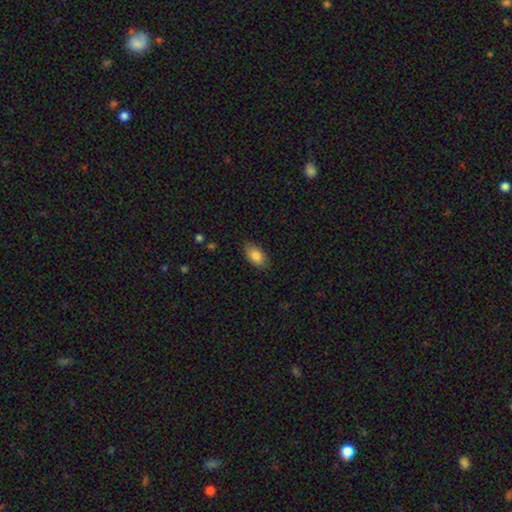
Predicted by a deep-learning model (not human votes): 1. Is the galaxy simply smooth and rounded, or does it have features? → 85% smooth, 8% featured or disk, 7% star or artifact.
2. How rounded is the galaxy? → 93% in between, 4% round, 2% cigar-shaped.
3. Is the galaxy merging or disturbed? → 85% none, 11% minor disturbance, 2% major disturbance, 1% merger.